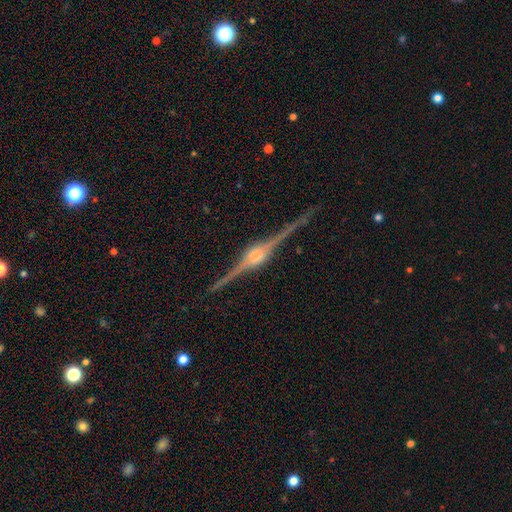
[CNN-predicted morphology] smooth-or-featured: featured or disk: 92% | star or artifact: 5% | smooth: 3%
  disk-edge-on: yes: 99% | no: 1%
    edge-on-bulge: rounded: 87% | boxy: 11% | none: 2%
  merging: none: 91% | minor disturbance: 6% | major disturbance: 1% | merger: 1%